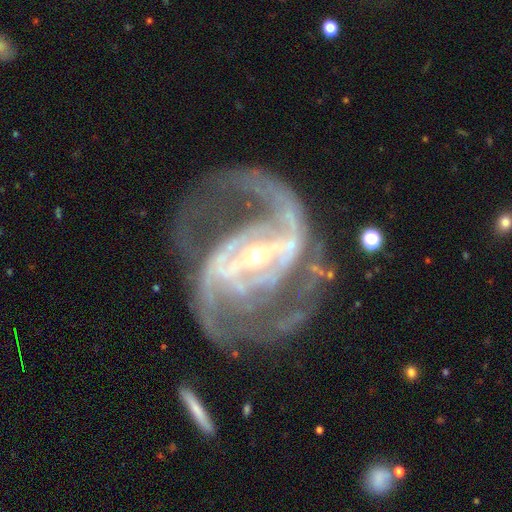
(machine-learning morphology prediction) This is clearly a featured or disk galaxy (92%). It is clearly not viewed edge-on (97%). Bar: likely strong (67%). Spiral arm pattern: clearly yes (97%). Spiral arm count: likely 2 (73%). Spiral winding: possibly medium (55%). Central bulge: clearly small (80%). Merging: possibly none (57%).